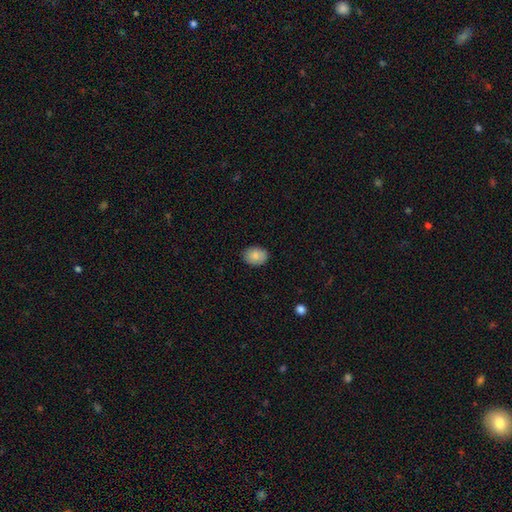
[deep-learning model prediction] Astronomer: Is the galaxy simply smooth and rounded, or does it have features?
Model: smooth — 86%.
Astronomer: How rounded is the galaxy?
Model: in between — 69%.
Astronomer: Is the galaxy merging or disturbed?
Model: none — 88%.